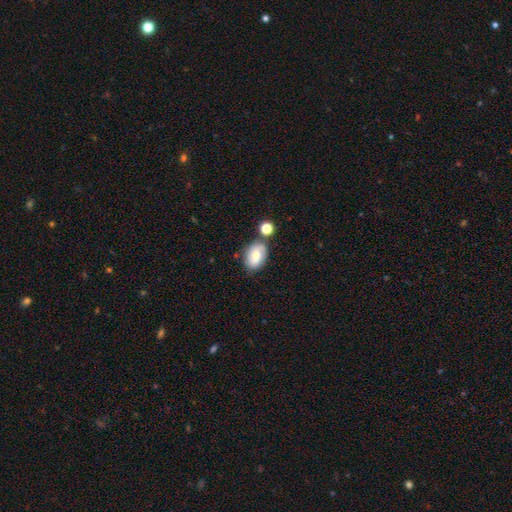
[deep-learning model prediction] smooth 65%, featured or disk 26%, star or artifact 9%. Down the decision tree: how rounded — in between (83%); merging — none (66%).